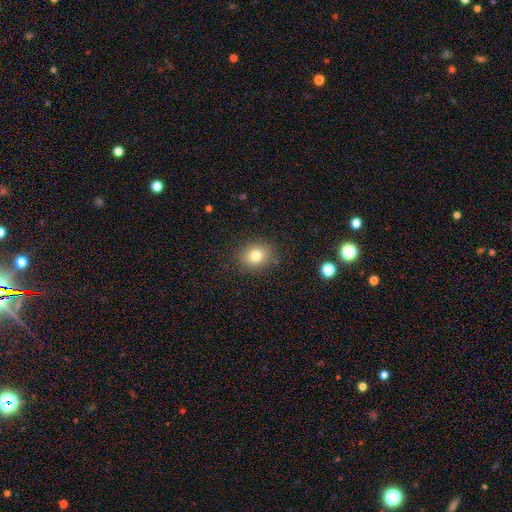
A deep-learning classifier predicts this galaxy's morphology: smooth-or-featured: smooth: 78% | star or artifact: 12% | featured or disk: 10%
  how-rounded: round: 60% | in between: 39% | cigar-shaped: 1%
  merging: none: 86% | minor disturbance: 10% | major disturbance: 3% | merger: 1%